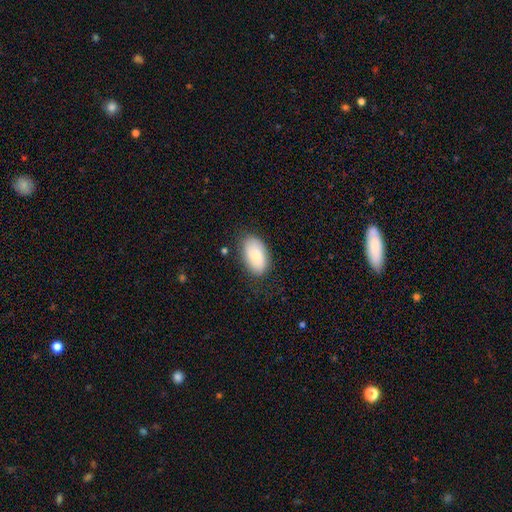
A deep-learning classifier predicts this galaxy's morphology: Smooth or featured? Predicted: smooth (p=0.76). How rounded? Predicted: in between (p=0.93). Merging? Predicted: none (p=0.79).